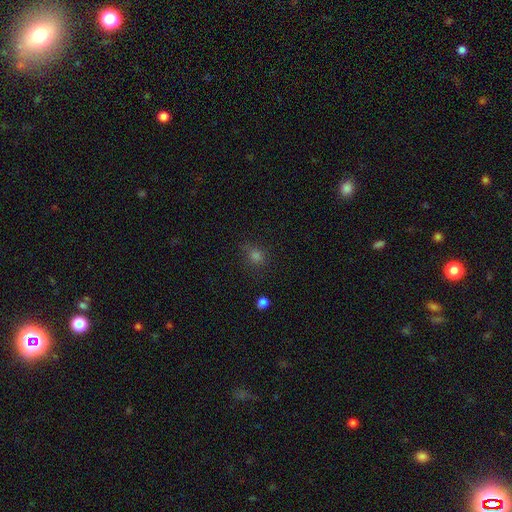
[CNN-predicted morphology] Smooth or featured? smooth (70%)
How rounded? round (76%)
Merging? none (77%)